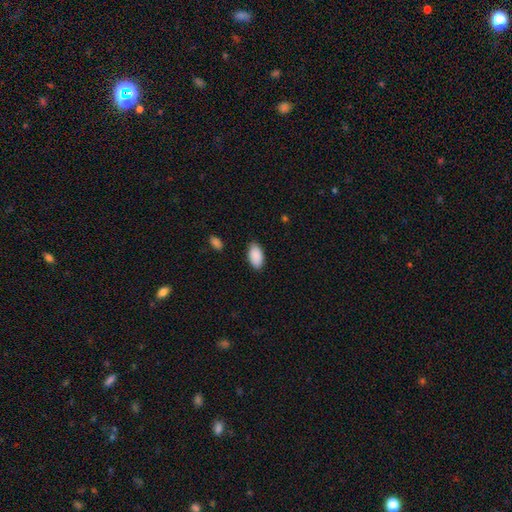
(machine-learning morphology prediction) Smooth or featured?
  - smooth: 91% *
  - star or artifact: 6%
  - featured or disk: 3%
How rounded?
  - in between: 95% *
  - round: 3%
  - cigar-shaped: 2%
Merging?
  - none: 85% *
  - minor disturbance: 12%
  - major disturbance: 2%
  - merger: 1%